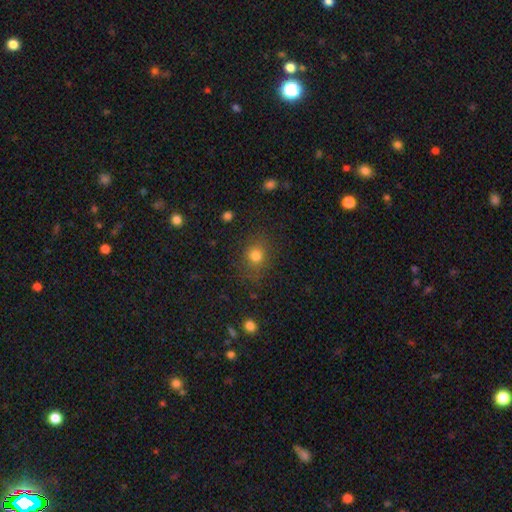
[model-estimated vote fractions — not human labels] Smooth or featured: smooth — 78% (star or artifact — 15%)
How rounded: round — 76% (in between — 23%)
Merging: none — 78% (minor disturbance — 14%)